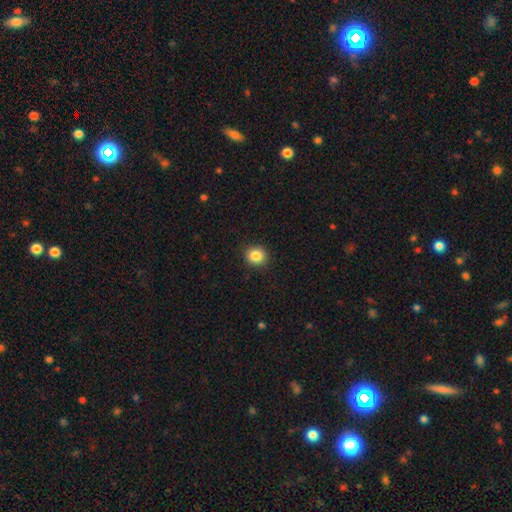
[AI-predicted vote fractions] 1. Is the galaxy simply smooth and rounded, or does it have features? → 85% smooth, 10% star or artifact, 5% featured or disk.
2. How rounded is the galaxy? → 86% round, 13% in between, 1% cigar-shaped.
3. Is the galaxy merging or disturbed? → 91% none, 6% minor disturbance, 2% major disturbance, 1% merger.